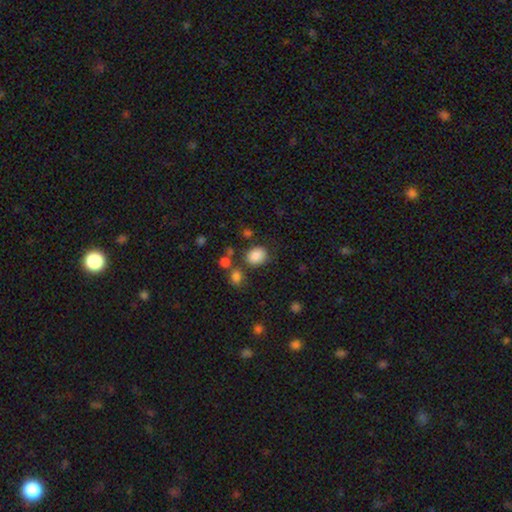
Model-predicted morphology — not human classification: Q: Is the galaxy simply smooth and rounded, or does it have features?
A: smooth — 85%.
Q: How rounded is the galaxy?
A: in between — 52%.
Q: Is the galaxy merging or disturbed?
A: none — 71%.